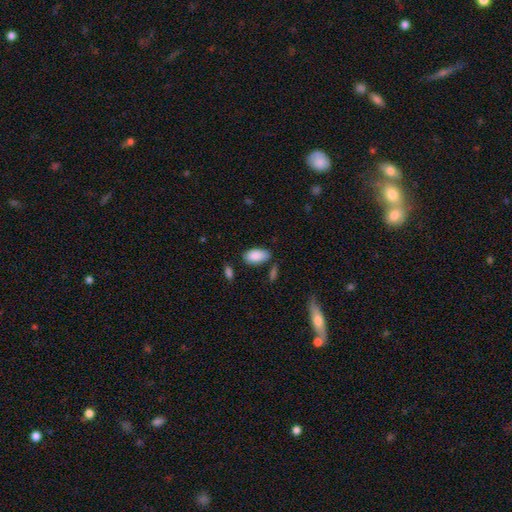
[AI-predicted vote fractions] A smooth galaxy with no disk features (88%) that is in between round and cigar-shaped (94%).

Vote fractions:
- Smooth or featured? smooth: 88% / star or artifact: 7% / featured or disk: 5%
- How rounded? in between: 94% / cigar-shaped: 3% / round: 3%
- Merging? none: 68% / minor disturbance: 22% / merger: 5% / major disturbance: 5%